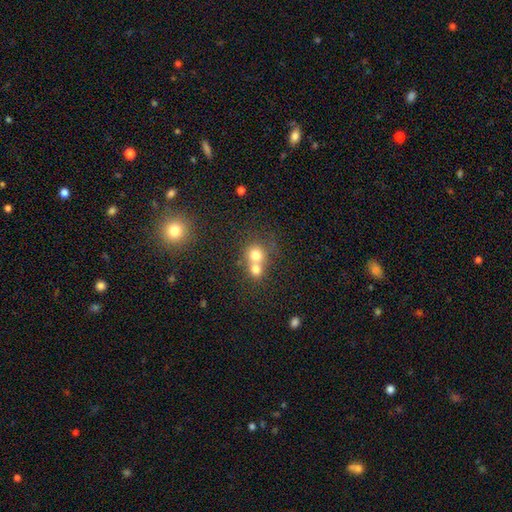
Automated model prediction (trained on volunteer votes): smooth_or_featured: smooth (p=0.73) [alt: featured or disk p=0.15]
how_rounded: round (p=0.83) [alt: in between p=0.16]
merging: merger (p=0.64) [alt: none p=0.29]